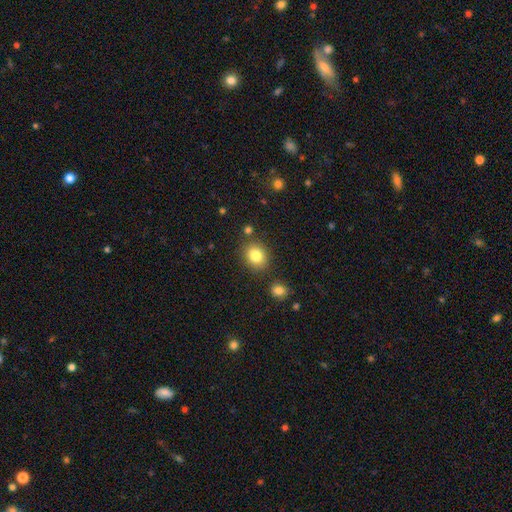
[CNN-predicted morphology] smooth 83%, star or artifact 10%, featured or disk 8%. Down the decision tree: how rounded — round (62%); merging — none (81%).